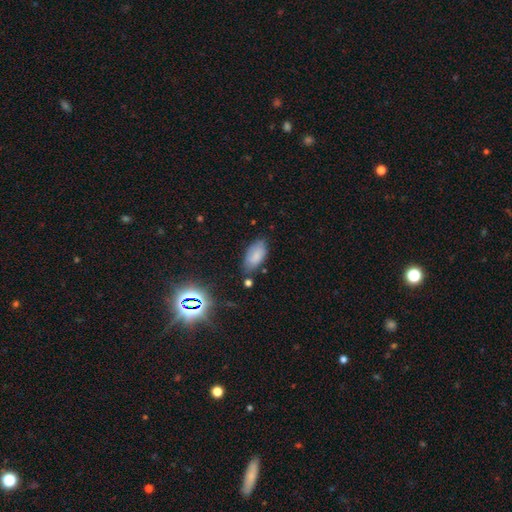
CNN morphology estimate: type=smooth (78%); roundness=in between (92%); merging=none (67%).